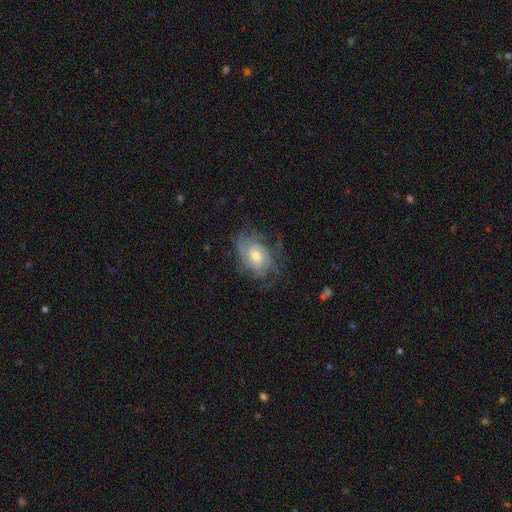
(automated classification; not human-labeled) Smooth or featured? Predicted: featured or disk (p=0.77). Edge-on disk? Predicted: no (p=0.96). Bar? Predicted: no (p=0.70). Spiral arms? Predicted: yes (p=0.91). Spiral winding? Predicted: tight (p=0.59). Spiral arm count? Predicted: can't tell (p=0.45). Bulge size? Predicted: moderate (p=0.63). Merging? Predicted: none (p=0.68).